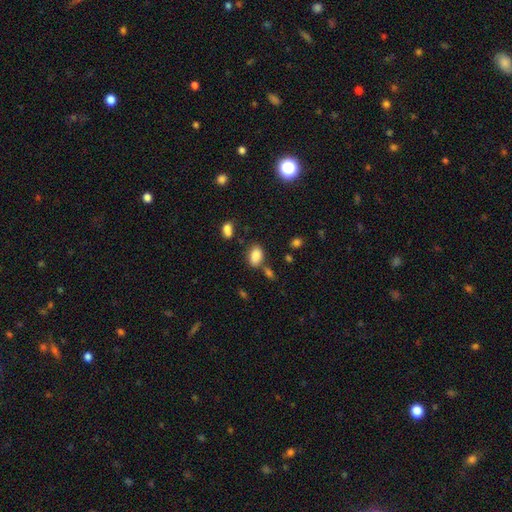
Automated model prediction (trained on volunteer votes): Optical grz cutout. It shows a smooth galaxy with no disk features (86%) that is in between round and cigar-shaped (88%). Merging: none (67%).